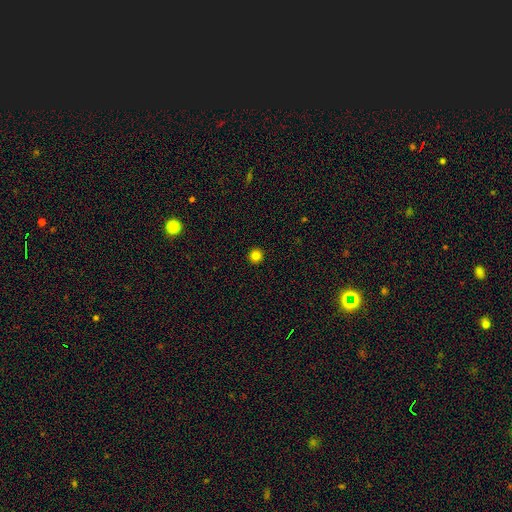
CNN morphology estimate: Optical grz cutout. It shows a smooth galaxy with no disk features (83%) that is round (96%). Merging: none (94%).